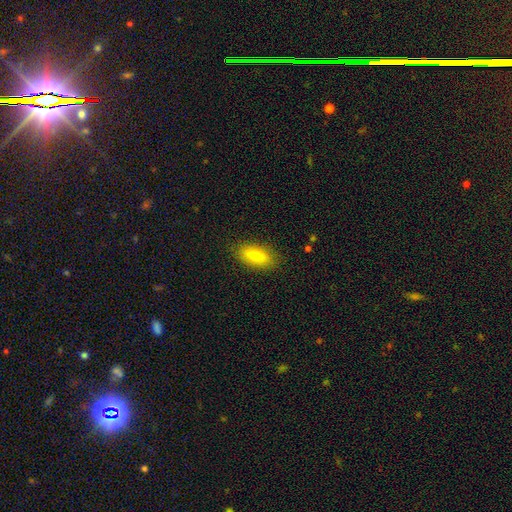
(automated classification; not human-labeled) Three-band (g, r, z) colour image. It shows a smooth galaxy with no disk features (79%) that is in between round and cigar-shaped (79%). Merging: none (86%).